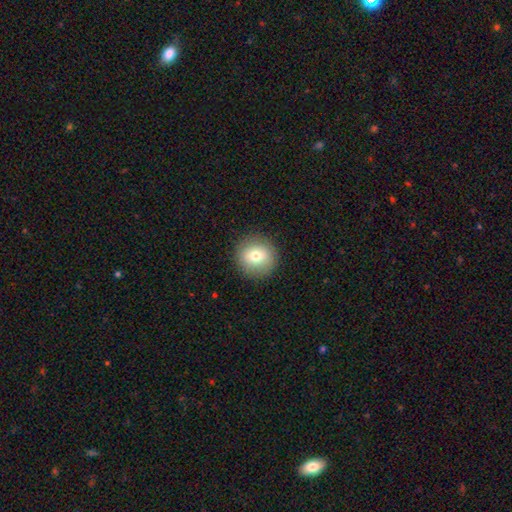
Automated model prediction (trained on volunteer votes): The model was most divided on "smooth or featured": smooth: 76%, featured or disk: 14%, star or artifact: 10%. More confident: how rounded — round (94%); merging — none (90%).